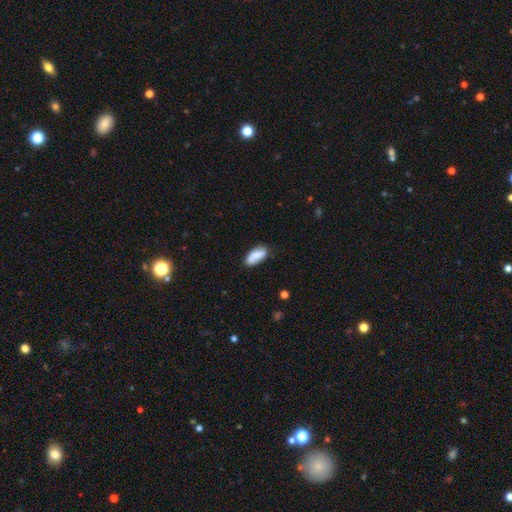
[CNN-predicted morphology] Q: Smooth or featured?
A: smooth (77%); runner-up: featured or disk (16%)
Q: How rounded?
A: in between (85%); runner-up: cigar-shaped (12%)
Q: Merging?
A: none (74%); runner-up: minor disturbance (19%)